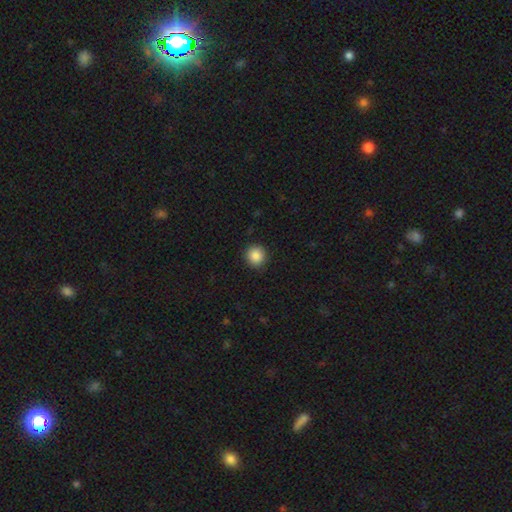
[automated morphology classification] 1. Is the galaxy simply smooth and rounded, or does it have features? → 87% smooth, 9% star or artifact, 3% featured or disk.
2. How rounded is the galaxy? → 93% round, 6% in between, 1% cigar-shaped.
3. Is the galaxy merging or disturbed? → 92% none, 6% minor disturbance, 2% major disturbance, 1% merger.